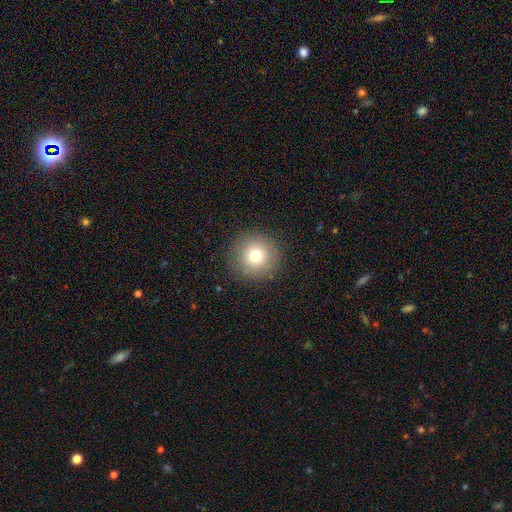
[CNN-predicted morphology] smooth_or_featured: smooth (p=0.75) [alt: star or artifact p=0.13]
how_rounded: round (p=0.96) [alt: in between p=0.03]
merging: none (p=0.90) [alt: minor disturbance p=0.07]